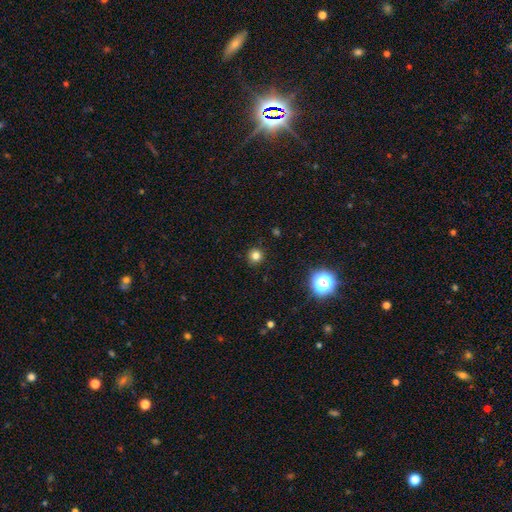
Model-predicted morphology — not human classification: Q: Smooth or featured?
A: smooth (79%); runner-up: star or artifact (16%)
Q: How rounded?
A: round (94%); runner-up: in between (5%)
Q: Merging?
A: none (91%); runner-up: minor disturbance (6%)